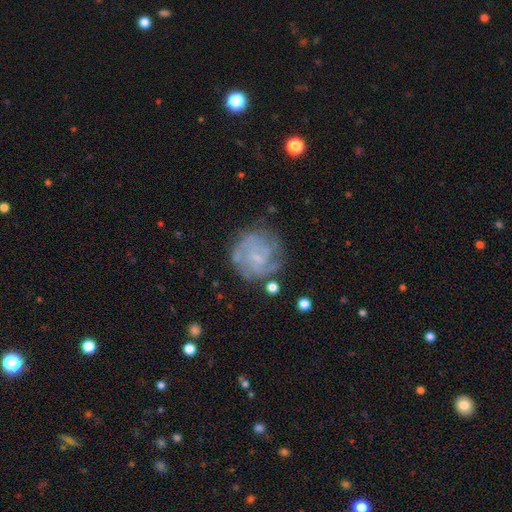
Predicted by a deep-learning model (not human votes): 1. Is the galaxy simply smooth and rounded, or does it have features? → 76% featured or disk, 16% smooth, 7% star or artifact.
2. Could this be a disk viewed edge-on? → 98% no, 2% yes.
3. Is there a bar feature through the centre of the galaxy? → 56% no, 38% weak, 7% strong.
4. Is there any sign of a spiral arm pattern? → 87% yes, 13% no.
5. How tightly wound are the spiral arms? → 59% tight, 32% medium, 9% loose.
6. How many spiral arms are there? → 37% can't tell, 25% 2, 21% 3, 8% 4, 5% 1, 5% more than 4.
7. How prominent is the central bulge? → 63% small, 22% none, 14% moderate, 1% large, 1% dominant.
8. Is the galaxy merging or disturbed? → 70% none, 18% minor disturbance, 10% major disturbance, 3% merger.